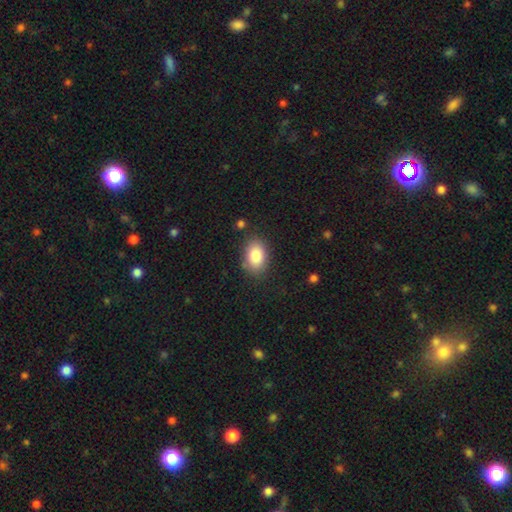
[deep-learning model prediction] Smooth or featured? Predicted: smooth (p=0.85). How rounded? Predicted: in between (p=0.84). Merging? Predicted: none (p=0.82).